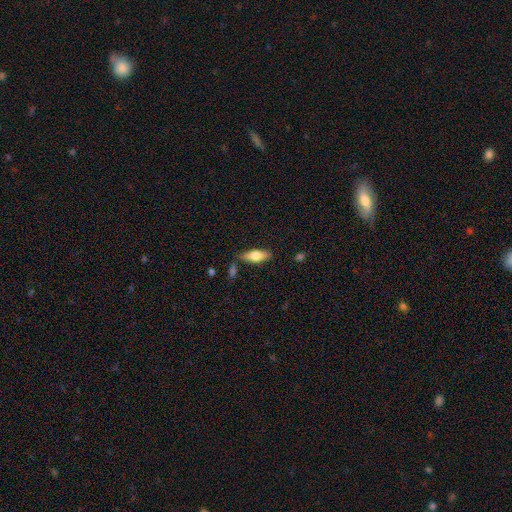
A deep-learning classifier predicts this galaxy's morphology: The model was most divided on "smooth or featured": smooth: 67%, featured or disk: 27%, star or artifact: 6%. More confident: merging — none (76%); how rounded — in between (69%).